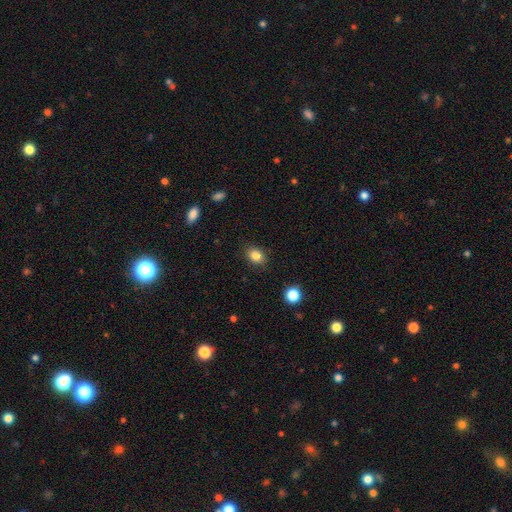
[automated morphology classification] Smooth or featured? Predicted: smooth (p=0.85). How rounded? Predicted: in between (p=0.63). Merging? Predicted: none (p=0.86).